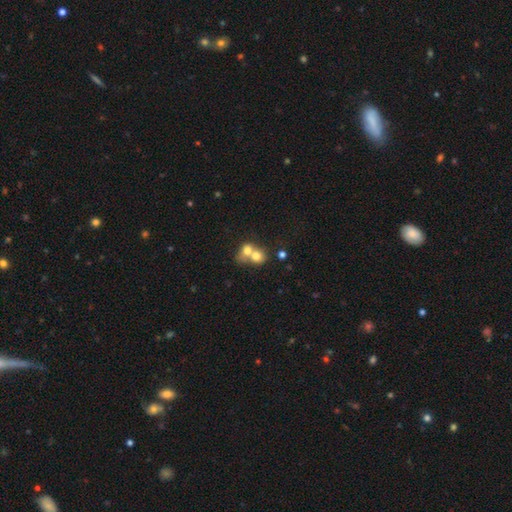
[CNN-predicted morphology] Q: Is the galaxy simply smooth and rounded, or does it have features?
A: smooth — 70%.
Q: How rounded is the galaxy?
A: round — 66%.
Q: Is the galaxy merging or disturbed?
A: merger — 73%.